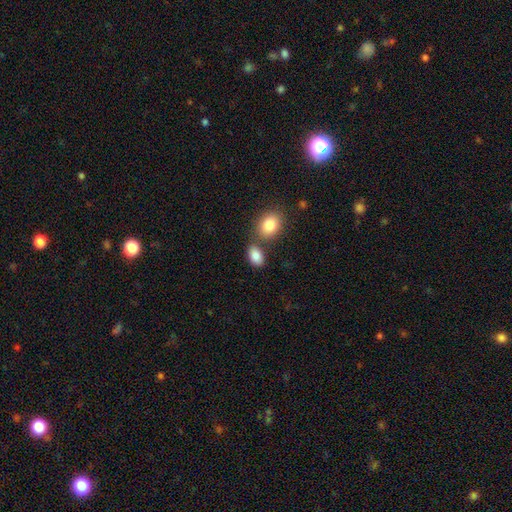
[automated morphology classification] A smooth galaxy with no disk features (86%) that is in between round and cigar-shaped (86%).

Vote fractions:
- Smooth or featured? smooth: 86% / star or artifact: 8% / featured or disk: 6%
- How rounded? in between: 86% / round: 13% / cigar-shaped: 2%
- Merging? none: 62% / merger: 23% / minor disturbance: 12% / major disturbance: 4%